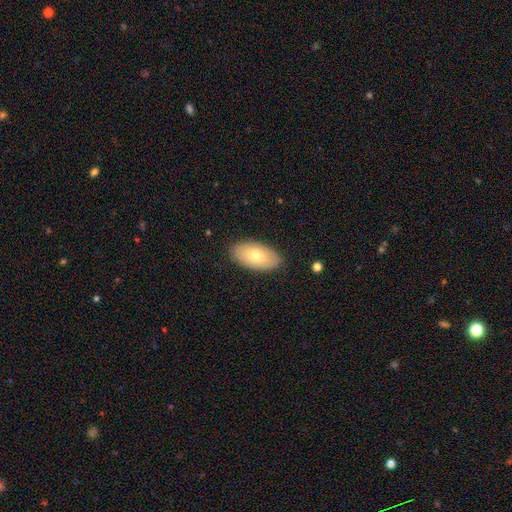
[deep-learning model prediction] smooth 71%, featured or disk 23%, star or artifact 6%. Down the decision tree: how rounded — in between (95%); merging — none (87%).